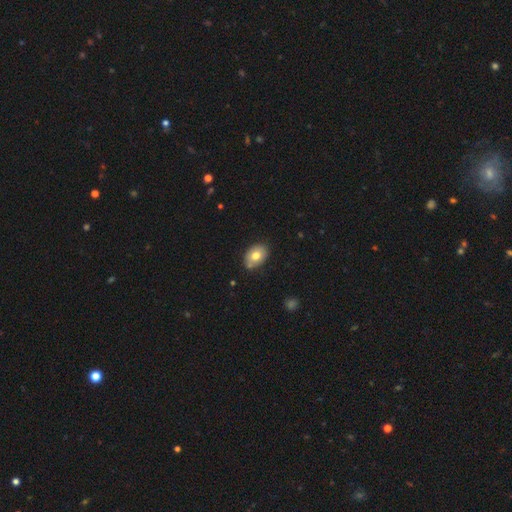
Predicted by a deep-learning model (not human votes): Overall: smooth (75%). How rounded: in between (79%). Merging: none (76%).